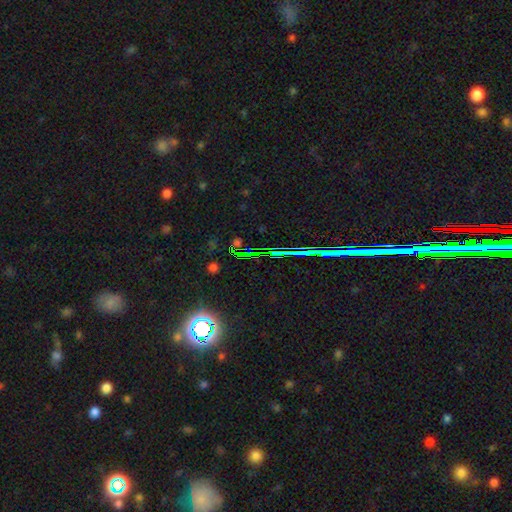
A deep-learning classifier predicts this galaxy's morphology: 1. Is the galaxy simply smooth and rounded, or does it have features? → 76% star or artifact, 13% smooth, 10% featured or disk.